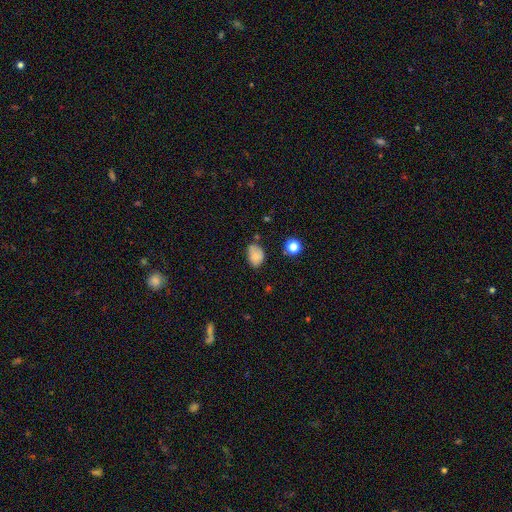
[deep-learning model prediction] Overall: smooth (81%). How rounded: in between (79%). Merging: none (57%; minor disturbance 32%).